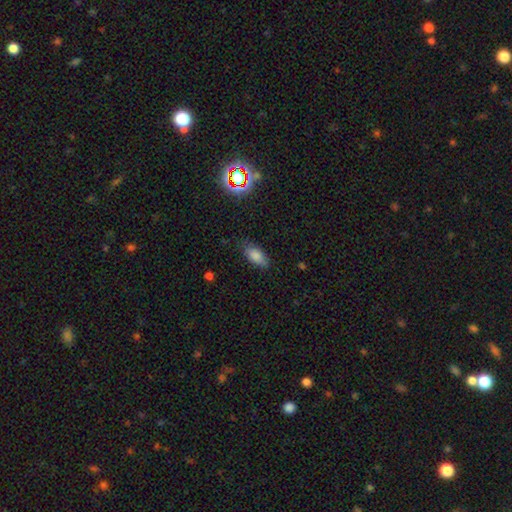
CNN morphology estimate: smooth_or_featured: smooth (p=0.81) [alt: star or artifact p=0.10]
how_rounded: in between (p=0.87) [alt: cigar-shaped p=0.10]
merging: none (p=0.74) [alt: minor disturbance p=0.20]